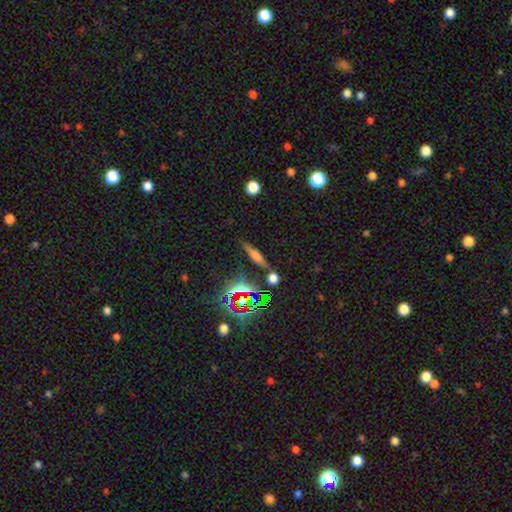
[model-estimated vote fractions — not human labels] Smooth or featured?
  - smooth: 41% *
  - featured or disk: 39%
  - star or artifact: 20%
Merging?
  - none: 79% *
  - minor disturbance: 12%
  - merger: 6%
  - major disturbance: 4%